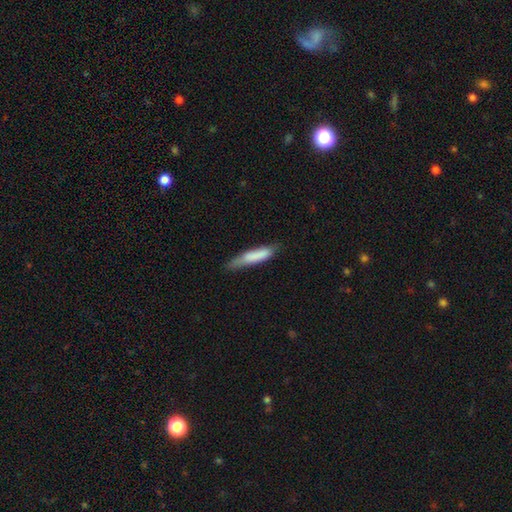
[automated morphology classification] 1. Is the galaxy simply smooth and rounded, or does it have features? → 79% smooth, 15% featured or disk, 6% star or artifact.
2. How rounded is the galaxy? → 85% cigar-shaped, 14% in between, 1% round.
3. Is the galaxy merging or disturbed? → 64% none, 28% minor disturbance, 6% major disturbance, 2% merger.